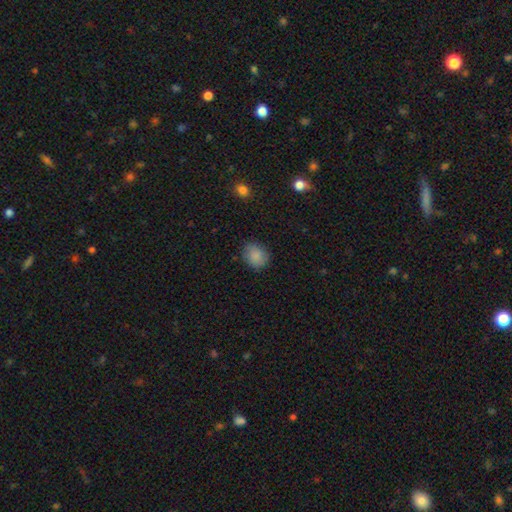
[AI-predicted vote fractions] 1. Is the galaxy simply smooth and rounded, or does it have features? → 86% smooth, 9% star or artifact, 5% featured or disk.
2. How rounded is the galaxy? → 55% round, 44% in between, 1% cigar-shaped.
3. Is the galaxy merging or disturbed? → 79% none, 16% minor disturbance, 4% major disturbance, 1% merger.